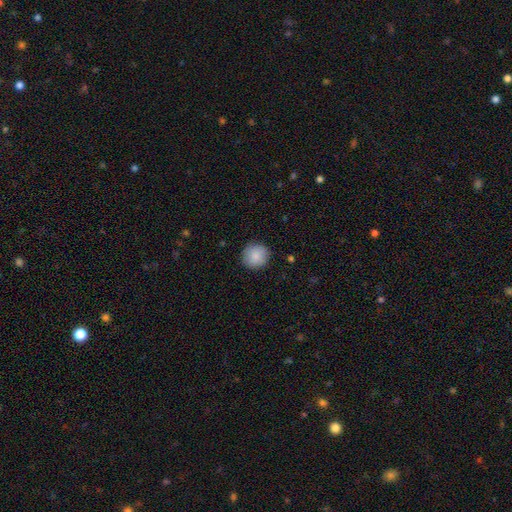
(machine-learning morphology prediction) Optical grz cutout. It shows a smooth galaxy with no disk features (87%) that is round (92%). Merging: none (88%).